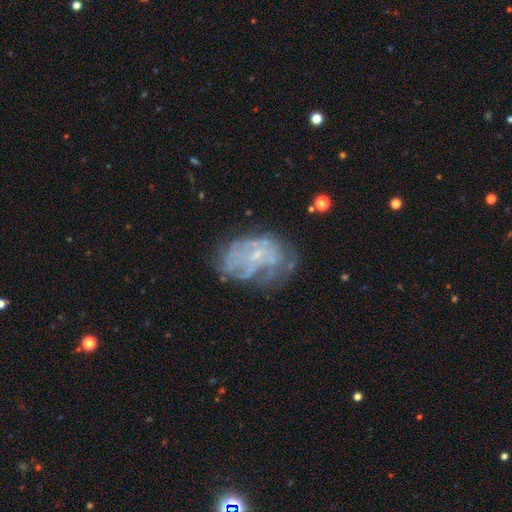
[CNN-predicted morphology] Smooth or featured? featured or disk (67%)
Edge-on disk? no (97%)
Bar? no (78%)
Spiral arms? no (51%)
Bulge size? small (63%)
Merging? none (51%)